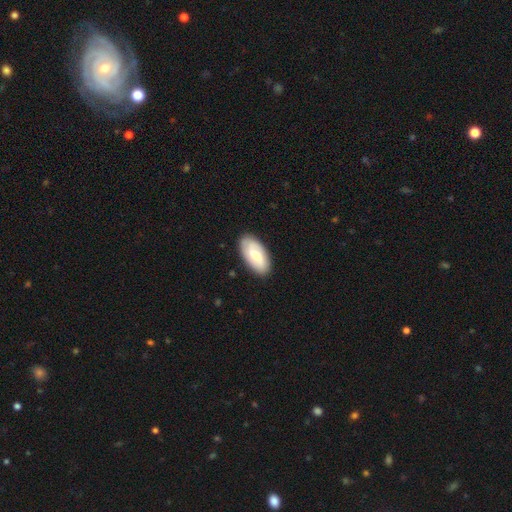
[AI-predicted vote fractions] A featured or disk galaxy (53%). Merging: none (86%).